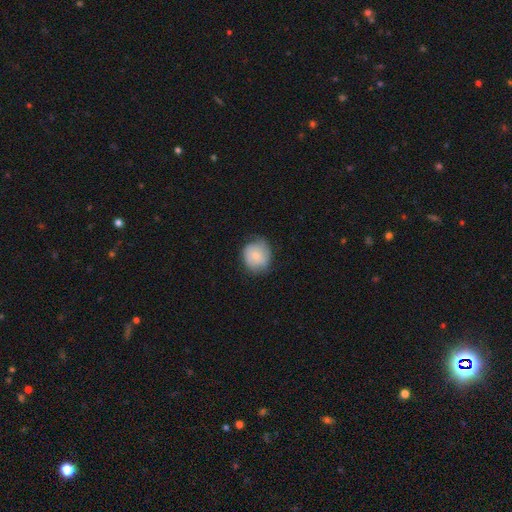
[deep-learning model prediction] Morphology: type=smooth (67%); roundness=round (78%); merging=none (66%).